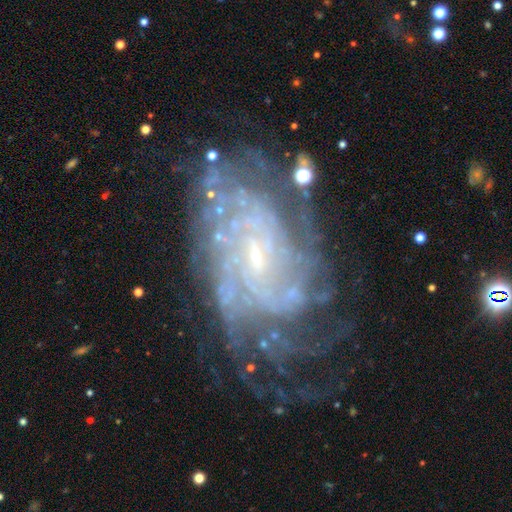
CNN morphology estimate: Overall: featured or disk (86%). Edge-on disk: no (97%). Bar: no (45%; weak 44%). Spiral arms: yes (92%). Spiral arm count: can't tell (43%; 4 16%). Spiral winding: tight (65%; medium 27%). Bulge size: small (74%). Merging: none (62%).